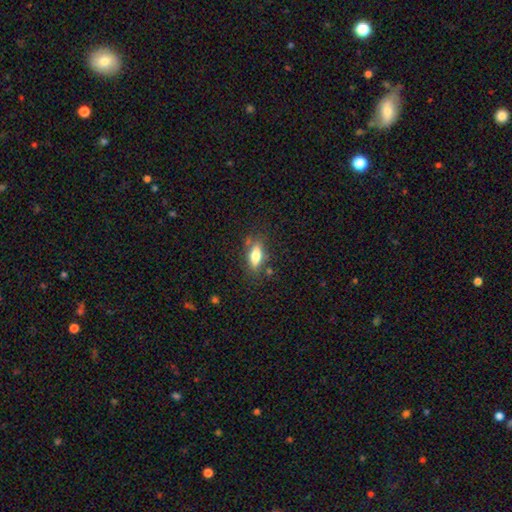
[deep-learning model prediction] smooth 69%, featured or disk 24%, star or artifact 8%. Down the decision tree: how rounded — in between (72%); merging — none (75%).